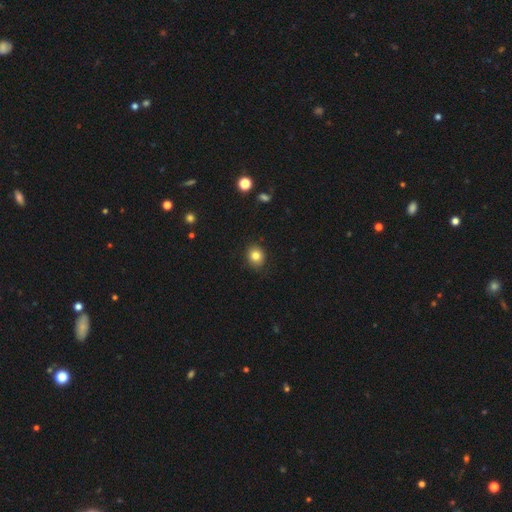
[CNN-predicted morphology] smooth-or-featured: smooth: 82% | star or artifact: 11% | featured or disk: 7%
  how-rounded: round: 72% | in between: 27% | cigar-shaped: 1%
  merging: none: 88% | minor disturbance: 9% | major disturbance: 2% | merger: 1%